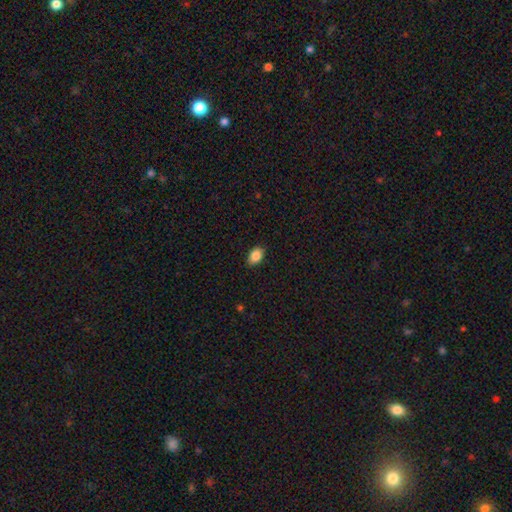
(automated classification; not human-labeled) Smooth or featured?
  - smooth: 87% *
  - star or artifact: 8%
  - featured or disk: 5%
How rounded?
  - in between: 85% *
  - round: 14%
  - cigar-shaped: 1%
Merging?
  - none: 88% *
  - minor disturbance: 9%
  - major disturbance: 2%
  - merger: 1%